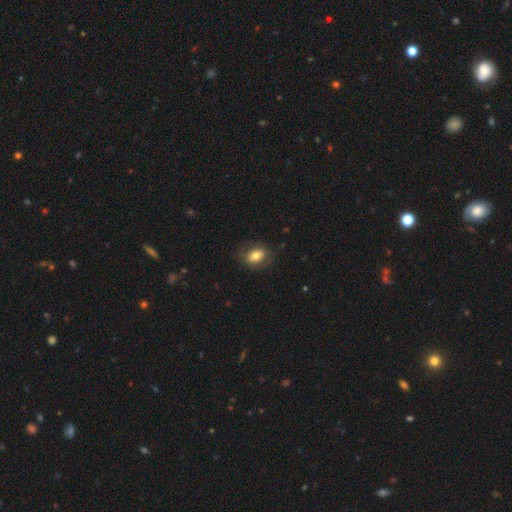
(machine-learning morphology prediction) This appears to be a smooth galaxy with no disk features (72%) that is in between round and cigar-shaped (75%). Merging: none (76%).